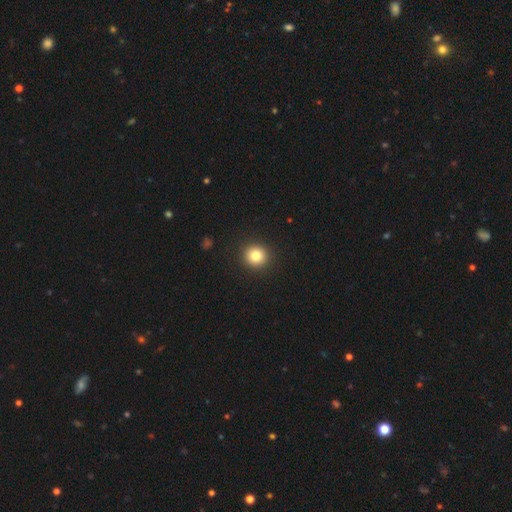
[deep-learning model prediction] smooth 83%, star or artifact 10%, featured or disk 6%. Down the decision tree: how rounded — round (91%); merging — none (92%).